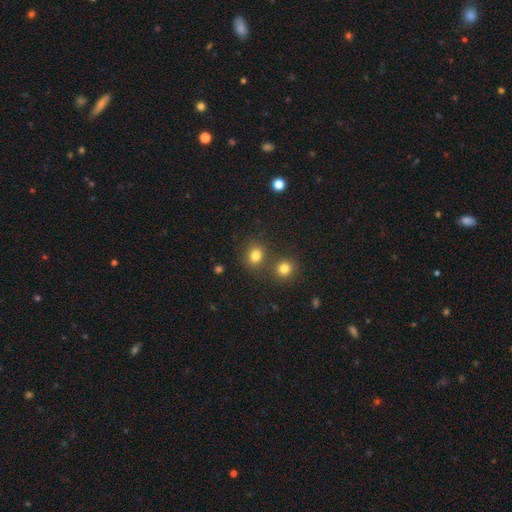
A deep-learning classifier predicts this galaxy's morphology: A smooth galaxy with no disk features (80%) that is round (73%). Merging: none (69%).